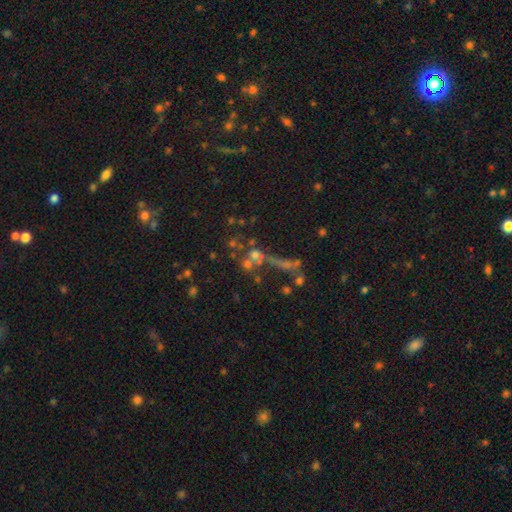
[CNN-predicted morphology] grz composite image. It shows a star or artifact, not a galaxy (36%).